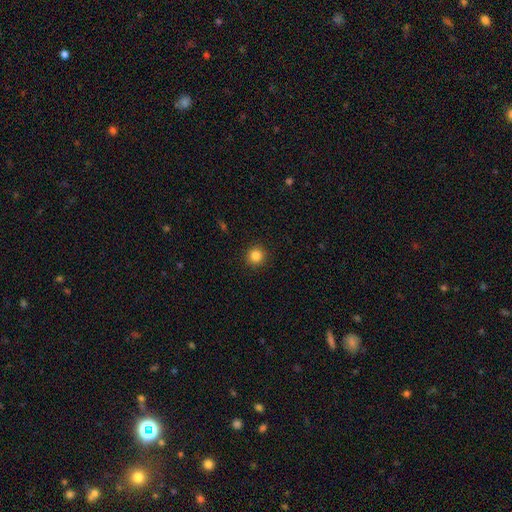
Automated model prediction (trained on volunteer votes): The model was most divided on "smooth or featured": smooth: 85%, star or artifact: 11%, featured or disk: 4%. More confident: how rounded — round (95%); merging — none (92%).